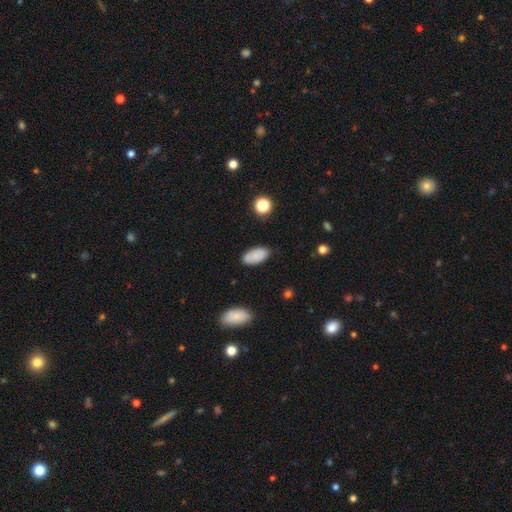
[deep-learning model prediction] Smooth or featured? Predicted: smooth (p=0.84). How rounded? Predicted: in between (p=0.94). Merging? Predicted: none (p=0.84).